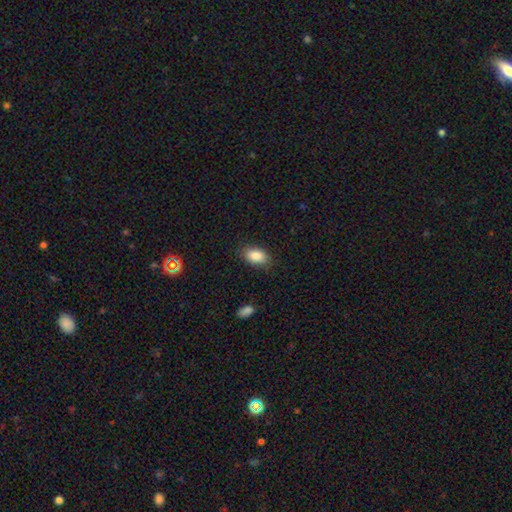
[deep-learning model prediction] Smooth or featured: smooth — 87% (star or artifact — 7%)
How rounded: in between — 92% (round — 6%)
Merging: none — 84% (minor disturbance — 12%)